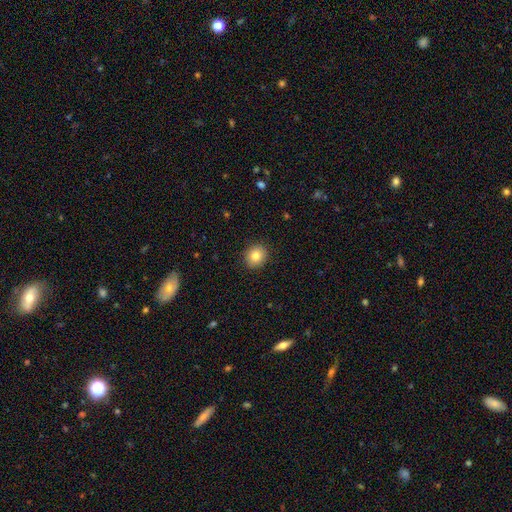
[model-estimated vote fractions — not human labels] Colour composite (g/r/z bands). It shows a smooth galaxy with no disk features (82%) that is round (79%). Merging: none (91%).